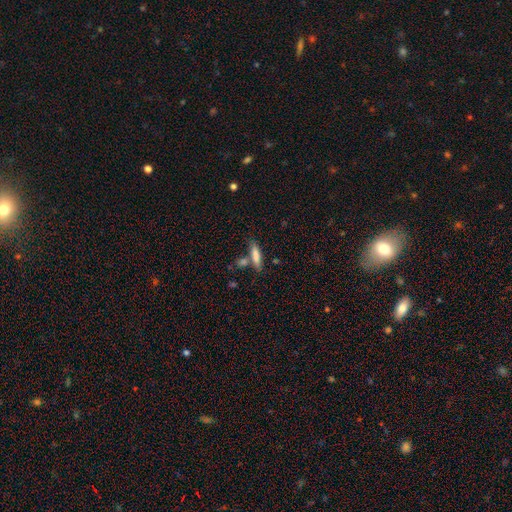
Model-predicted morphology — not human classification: smooth_or_featured: smooth (p=0.79) [alt: featured or disk p=0.14]
how_rounded: cigar-shaped (p=0.74) [alt: in between p=0.24]
merging: none (p=0.66) [alt: merger p=0.17]